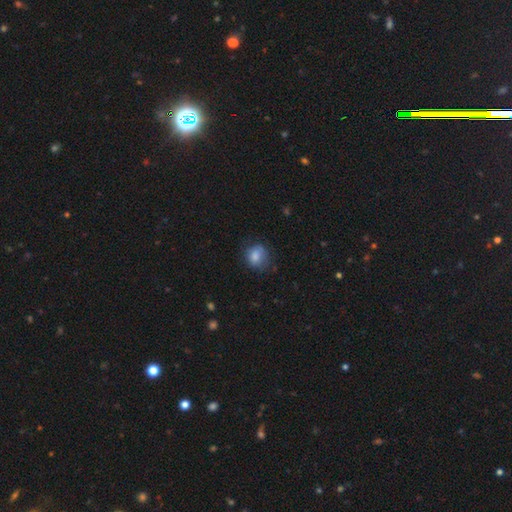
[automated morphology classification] Smooth or featured?
  - smooth: 82% *
  - featured or disk: 9%
  - star or artifact: 9%
How rounded?
  - round: 67% *
  - in between: 33%
  - cigar-shaped: 1%
Merging?
  - none: 63% *
  - minor disturbance: 26%
  - major disturbance: 9%
  - merger: 2%